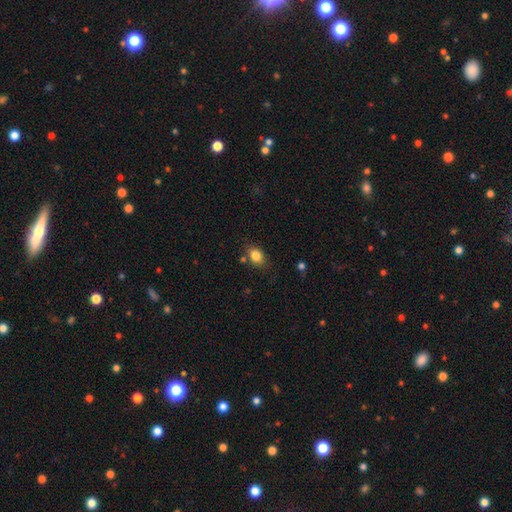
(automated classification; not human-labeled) Morphology: type=smooth (84%); roundness=in between (71%); merging=none (76%).